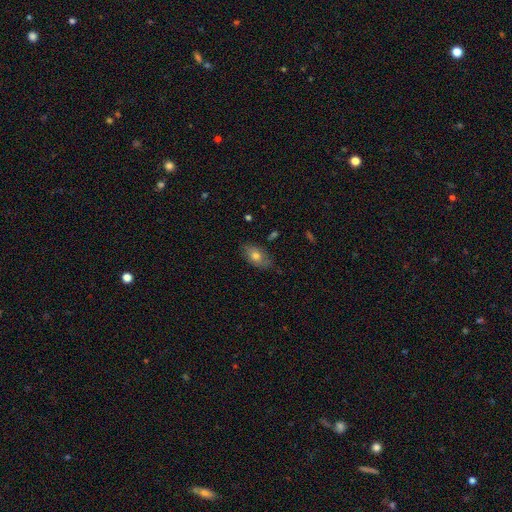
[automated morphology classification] smooth_or_featured: smooth (p=0.71) [alt: featured or disk p=0.20]
how_rounded: in between (p=0.88) [alt: round p=0.08]
merging: none (p=0.75) [alt: minor disturbance p=0.20]